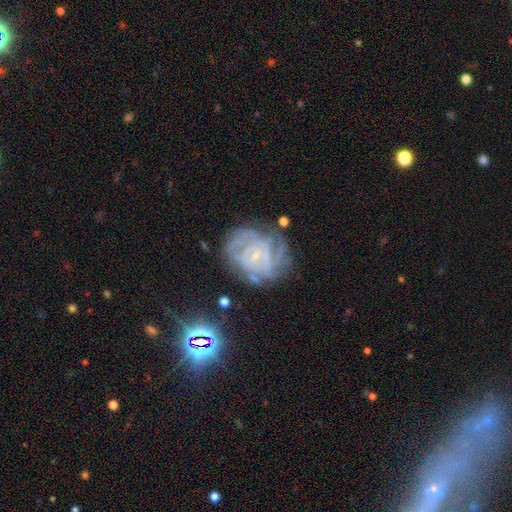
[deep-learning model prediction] Smooth or featured? featured or disk (80%)
Edge-on disk? no (98%)
Bar? no (48%)
Spiral arms? yes (90%)
Spiral winding? tight (66%)
Spiral arm count? can't tell (42%)
Bulge size? small (77%)
Merging? none (61%)